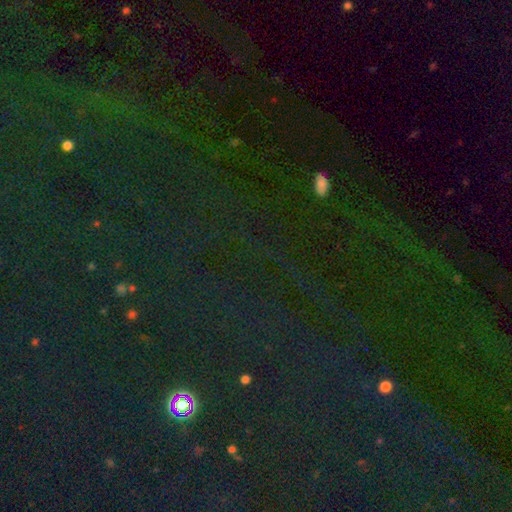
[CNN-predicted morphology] Smooth or featured?
  - star or artifact: 79% *
  - smooth: 13%
  - featured or disk: 8%